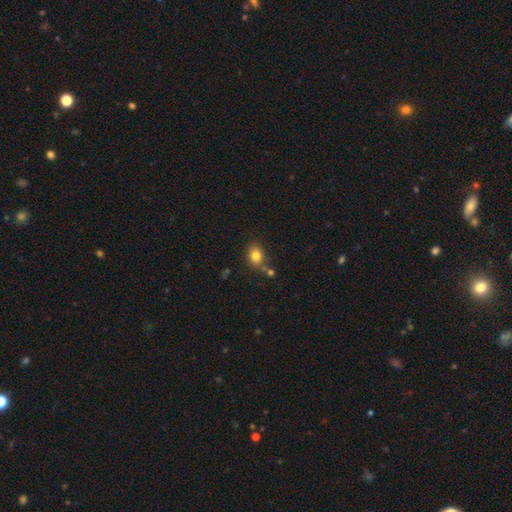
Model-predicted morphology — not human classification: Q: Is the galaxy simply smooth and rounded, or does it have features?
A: smooth — 82%.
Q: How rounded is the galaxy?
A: in between — 55%.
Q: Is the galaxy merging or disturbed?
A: none — 66%.